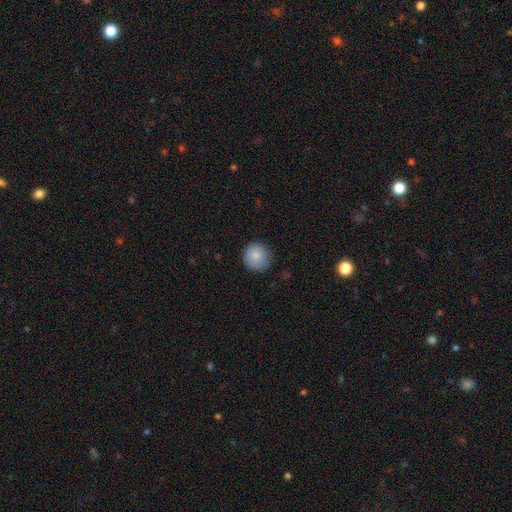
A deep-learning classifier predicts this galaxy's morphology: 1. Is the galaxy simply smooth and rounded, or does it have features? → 87% smooth, 8% star or artifact, 6% featured or disk.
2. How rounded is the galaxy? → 93% round, 6% in between, 1% cigar-shaped.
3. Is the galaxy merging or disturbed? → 87% none, 10% minor disturbance, 2% major disturbance, 1% merger.